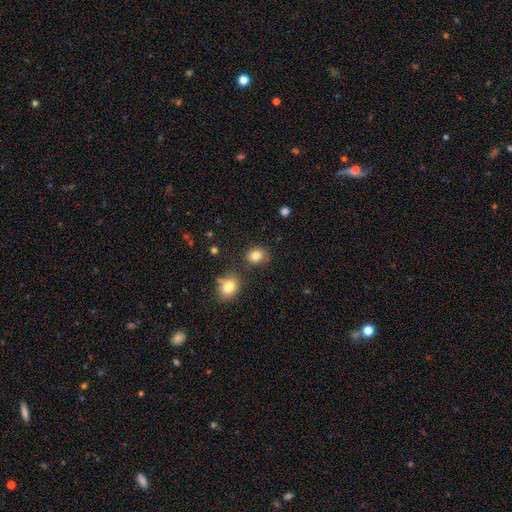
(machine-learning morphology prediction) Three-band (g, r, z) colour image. It shows a smooth galaxy with no disk features (82%) that is round (62%). Merging: none (75%).